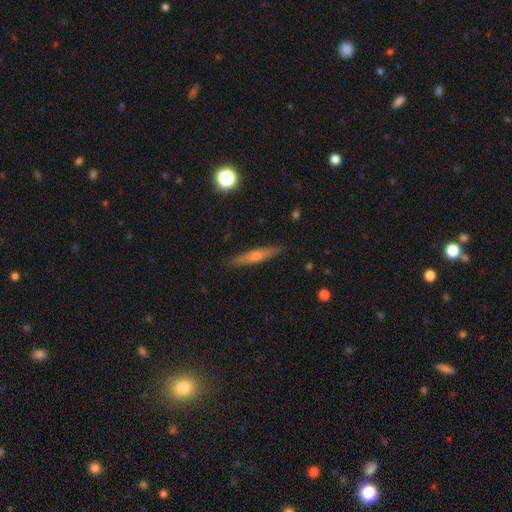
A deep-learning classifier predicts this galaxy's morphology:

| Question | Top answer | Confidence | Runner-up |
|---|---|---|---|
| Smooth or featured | featured or disk | 52% | smooth (40%) |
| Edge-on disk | yes | 95% | no (5%) |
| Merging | none | 90% | minor disturbance (7%) |